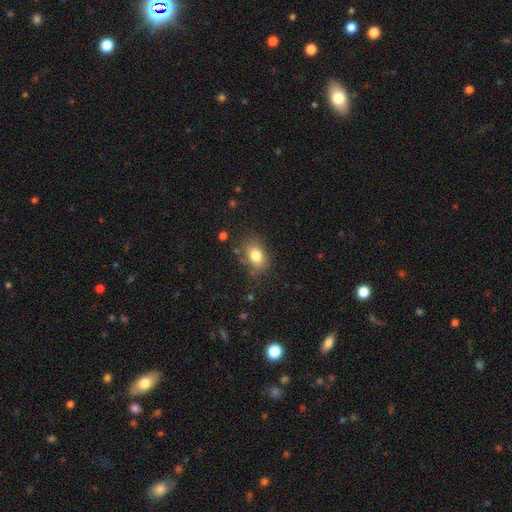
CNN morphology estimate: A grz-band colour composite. It shows a smooth galaxy with no disk features (81%) that is in between round and cigar-shaped (70%). Merging: none (75%).